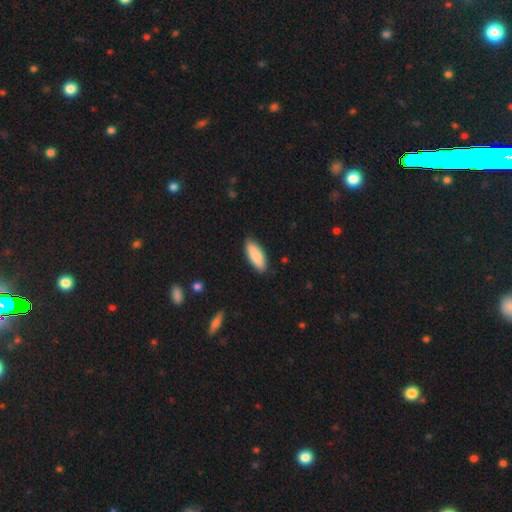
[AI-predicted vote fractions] Overall: smooth (85%). How rounded: in between (71%). Merging: none (87%).